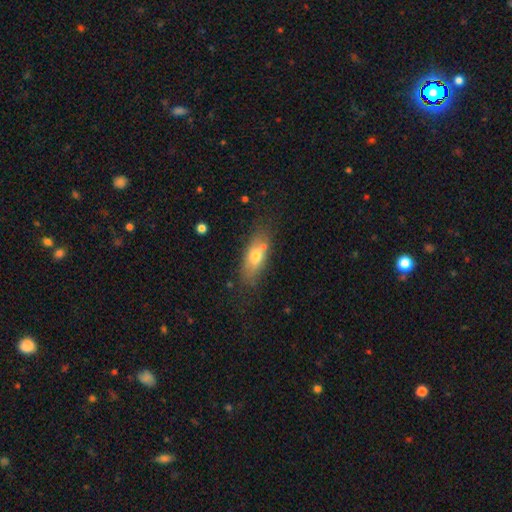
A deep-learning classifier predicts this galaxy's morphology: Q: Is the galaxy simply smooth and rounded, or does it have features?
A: smooth — 63%.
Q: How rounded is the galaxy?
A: in between — 68%.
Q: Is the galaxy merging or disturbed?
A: none — 66%.